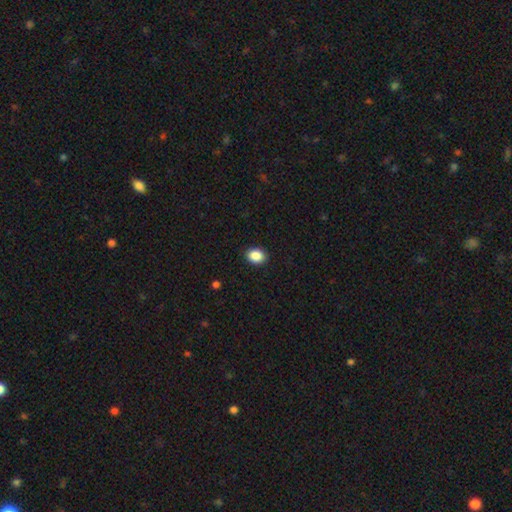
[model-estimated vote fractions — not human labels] Smooth or featured?
  - smooth: 88% *
  - star or artifact: 9%
  - featured or disk: 4%
How rounded?
  - in between: 57% *
  - round: 42%
  - cigar-shaped: 1%
Merging?
  - none: 91% *
  - minor disturbance: 6%
  - major disturbance: 2%
  - merger: 1%